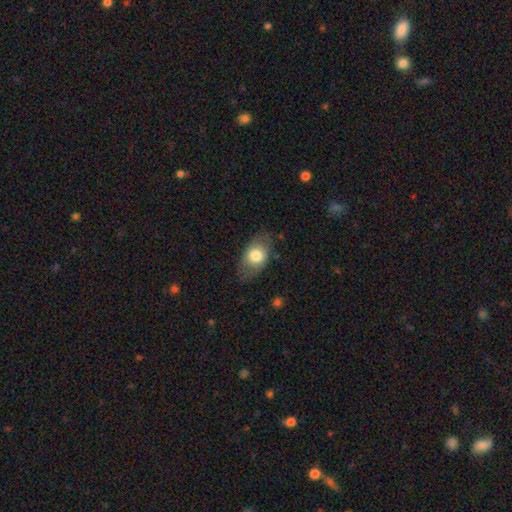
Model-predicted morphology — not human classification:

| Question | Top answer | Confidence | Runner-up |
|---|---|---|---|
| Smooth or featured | smooth | 74% | featured or disk (19%) |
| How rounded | in between | 82% | round (16%) |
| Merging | none | 73% | minor disturbance (19%) |